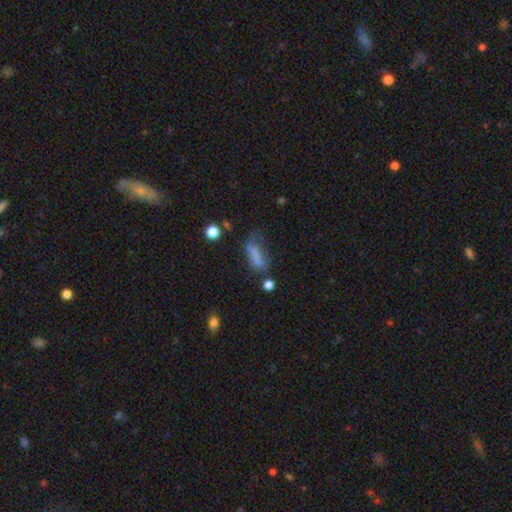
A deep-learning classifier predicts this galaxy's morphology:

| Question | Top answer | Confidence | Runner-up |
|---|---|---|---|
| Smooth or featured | smooth | 65% | featured or disk (21%) |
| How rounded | in between | 59% | cigar-shaped (37%) |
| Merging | none | 35% | minor disturbance (28%) |